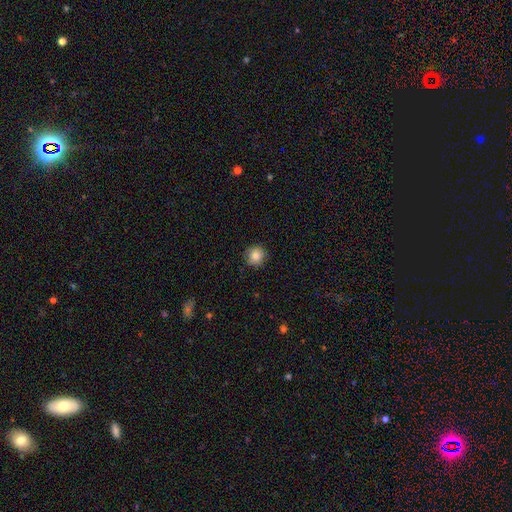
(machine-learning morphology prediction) Smooth or featured?
  - smooth: 85% *
  - star or artifact: 10%
  - featured or disk: 6%
How rounded?
  - round: 92% *
  - in between: 7%
  - cigar-shaped: 1%
Merging?
  - none: 88% *
  - minor disturbance: 9%
  - major disturbance: 2%
  - merger: 1%